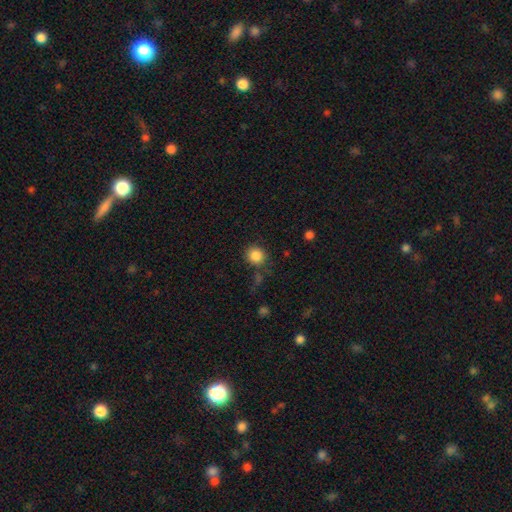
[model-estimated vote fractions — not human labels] Smooth or featured? Predicted: smooth (p=0.86). How rounded? Predicted: round (p=0.89). Merging? Predicted: none (p=0.79).